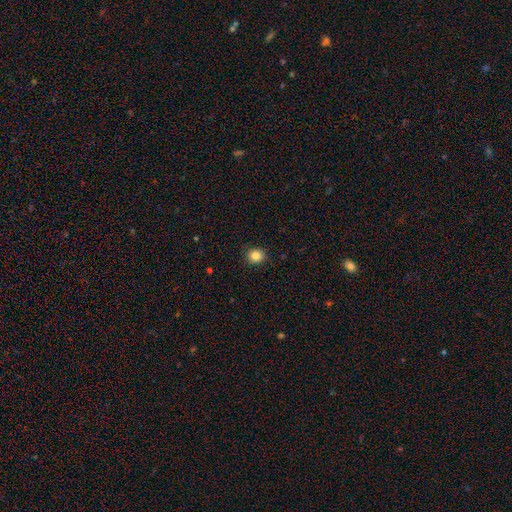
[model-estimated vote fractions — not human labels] Morphology: type=smooth (84%); roundness=round (83%); merging=none (90%).